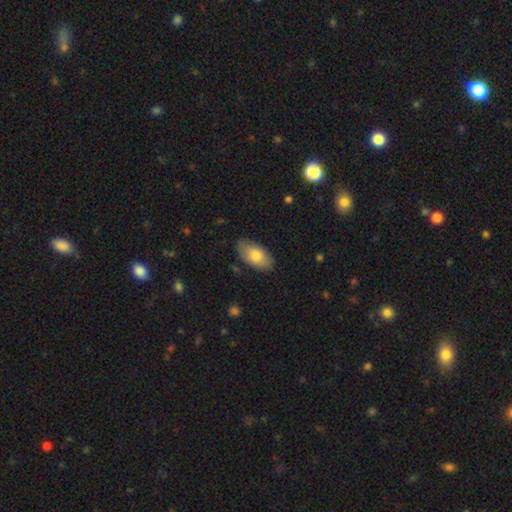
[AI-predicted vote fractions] smooth_or_featured: smooth (p=0.77) [alt: featured or disk p=0.17]
how_rounded: in between (p=0.94) [alt: round p=0.03]
merging: none (p=0.82) [alt: minor disturbance p=0.14]